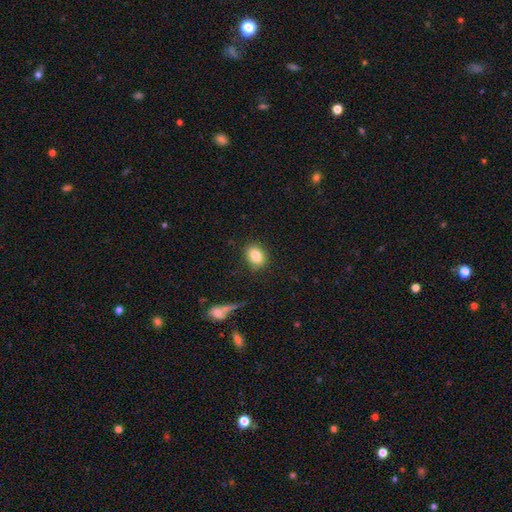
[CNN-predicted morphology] smooth 84%, star or artifact 9%, featured or disk 7%. Down the decision tree: how rounded — in between (58%); merging — none (86%).